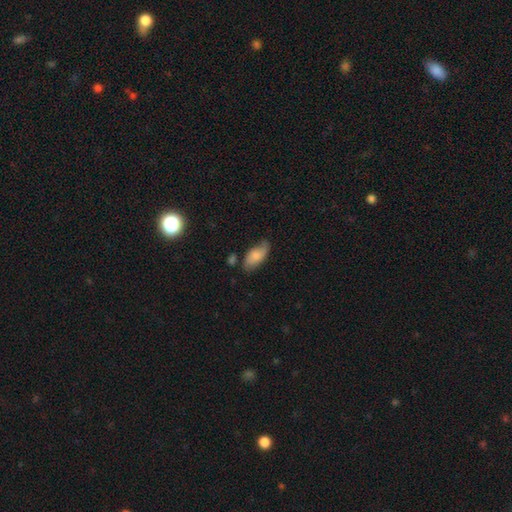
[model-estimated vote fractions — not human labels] smooth-or-featured: smooth: 72% | featured or disk: 21% | star or artifact: 7%
  how-rounded: in between: 90% | cigar-shaped: 7% | round: 3%
  merging: none: 62% | minor disturbance: 28% | major disturbance: 7% | merger: 4%